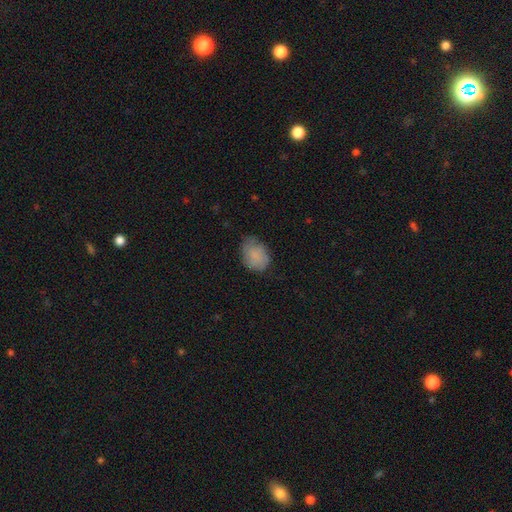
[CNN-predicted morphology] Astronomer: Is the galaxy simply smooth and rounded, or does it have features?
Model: smooth — 83%.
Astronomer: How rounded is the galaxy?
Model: in between — 65%.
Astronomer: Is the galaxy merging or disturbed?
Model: none — 61%.